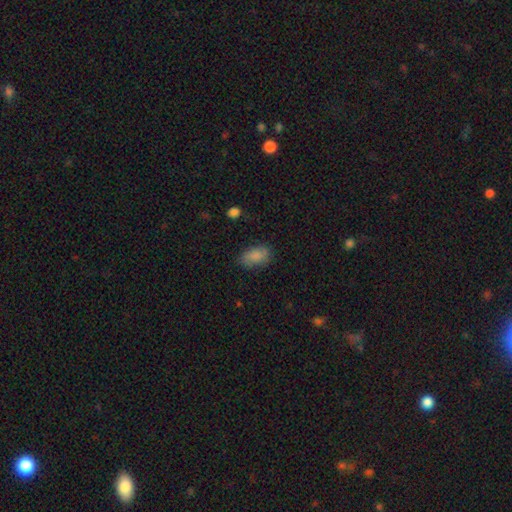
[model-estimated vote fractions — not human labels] smooth 84%, featured or disk 8%, star or artifact 8%. Down the decision tree: how rounded — in between (91%); merging — none (74%).